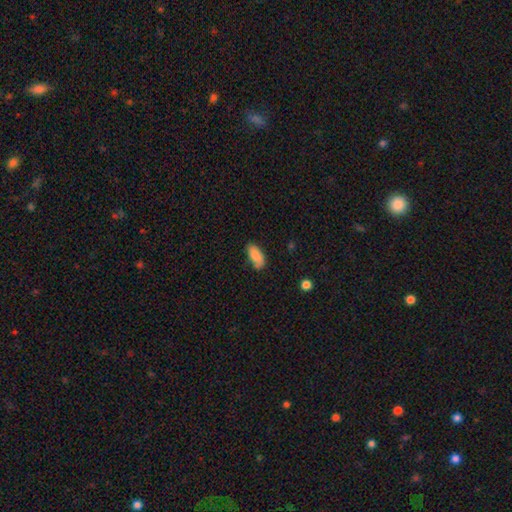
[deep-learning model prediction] This appears to be a smooth galaxy with no disk features (85%) that is in between round and cigar-shaped (89%). Merging: none (74%).